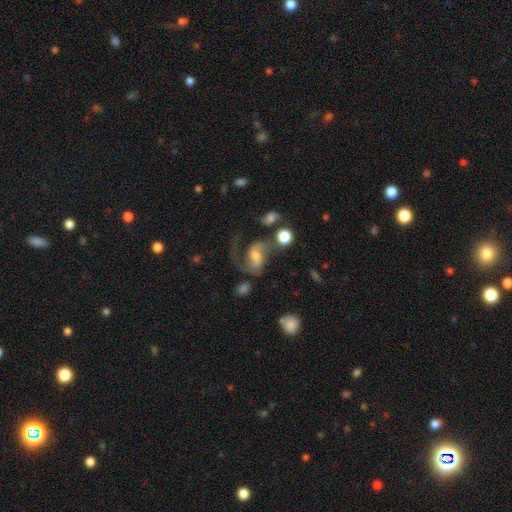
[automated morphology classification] A featured or disk galaxy (74%) with a weak bar (43%), 2 (69%) loose (47%) spiral arms (91%) and a moderate central bulge (56%). Merging: none (39%).